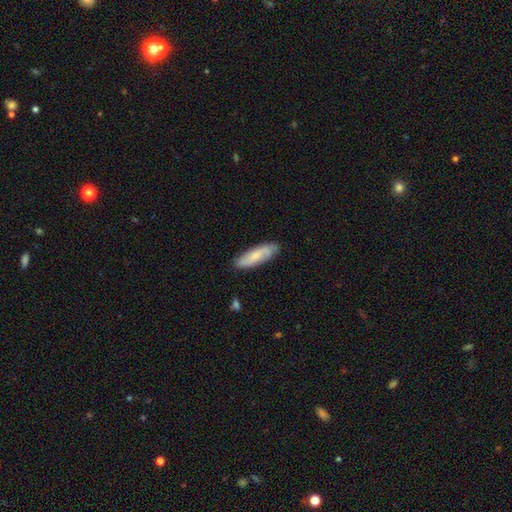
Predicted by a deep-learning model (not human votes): A smooth galaxy with no disk features (55%) that is cigar-shaped (52%). Merging: none (81%).